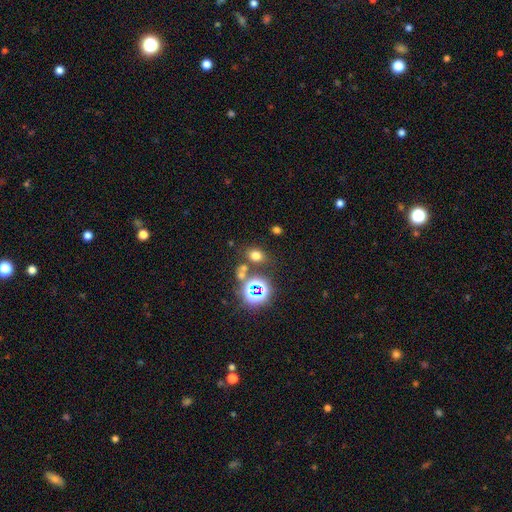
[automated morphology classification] A smooth galaxy with no disk features (65%) that is in between round and cigar-shaped (50%). Merging: none (73%).